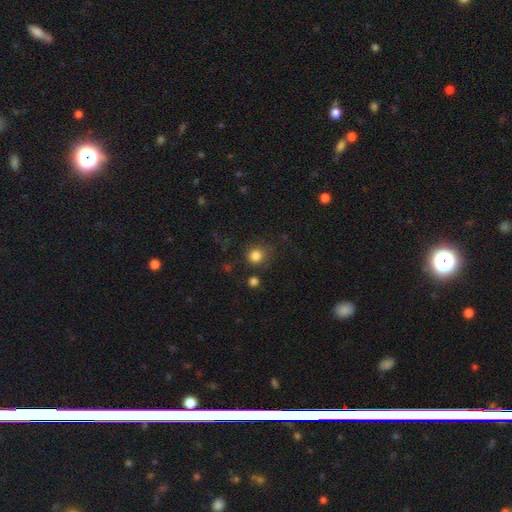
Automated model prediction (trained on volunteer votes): A smooth galaxy with no disk features (82%) that is round (88%). Merging: none (77%).